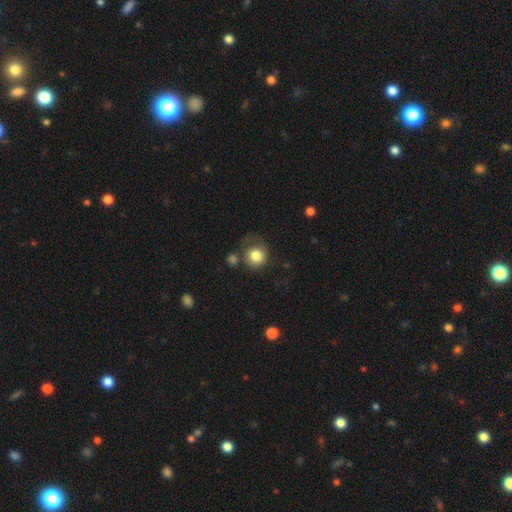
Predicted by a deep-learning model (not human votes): A smooth galaxy with no disk features (82%) that is round (88%).

Vote fractions:
- Smooth or featured? smooth: 82% / featured or disk: 9% / star or artifact: 9%
- How rounded? round: 88% / in between: 11% / cigar-shaped: 1%
- Merging? none: 59% / minor disturbance: 19% / major disturbance: 12% / merger: 10%